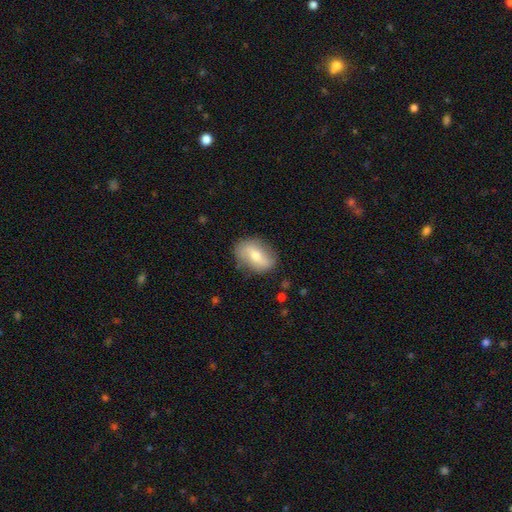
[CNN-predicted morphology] type=smooth (52%); roundness=in between (81%); merging=none (80%).